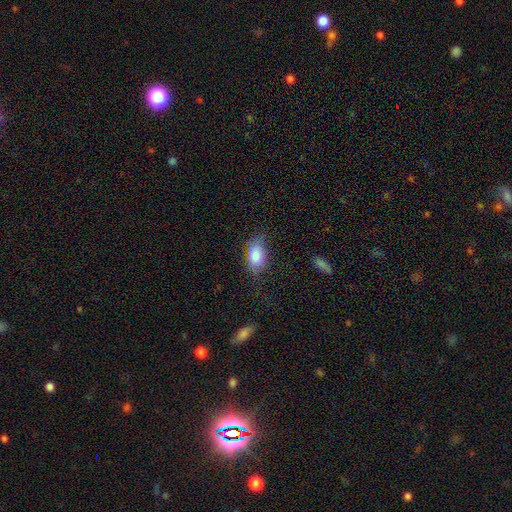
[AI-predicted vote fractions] smooth-or-featured: smooth: 84% | featured or disk: 8% | star or artifact: 8%
  how-rounded: in between: 90% | round: 8% | cigar-shaped: 2%
  merging: none: 70% | minor disturbance: 22% | major disturbance: 7% | merger: 2%